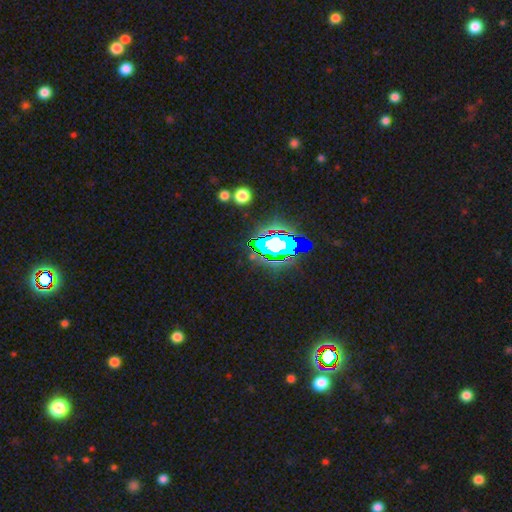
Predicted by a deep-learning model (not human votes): Morphology: type=star or artifact (66%).